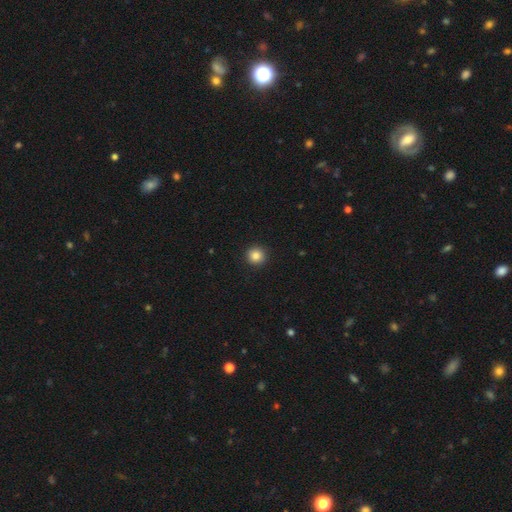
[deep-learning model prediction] A smooth galaxy with no disk features (85%) that is round (94%). Merging: none (93%).